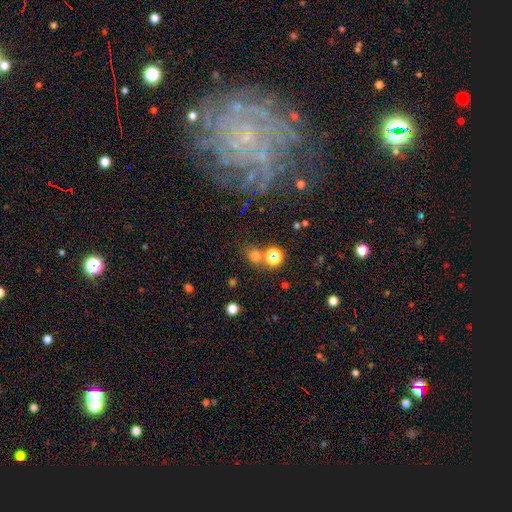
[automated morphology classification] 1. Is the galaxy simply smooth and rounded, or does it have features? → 62% smooth, 31% star or artifact, 6% featured or disk.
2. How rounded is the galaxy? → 80% round, 19% in between, 1% cigar-shaped.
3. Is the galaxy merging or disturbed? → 73% none, 13% merger, 9% minor disturbance, 5% major disturbance.